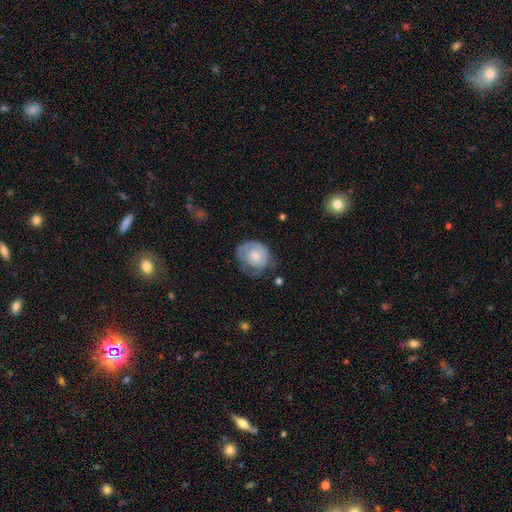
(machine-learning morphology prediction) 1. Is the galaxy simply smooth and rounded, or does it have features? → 56% smooth, 38% featured or disk, 7% star or artifact.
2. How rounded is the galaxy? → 70% round, 29% in between, 1% cigar-shaped.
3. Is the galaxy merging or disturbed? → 44% none, 33% minor disturbance, 21% major disturbance, 2% merger.